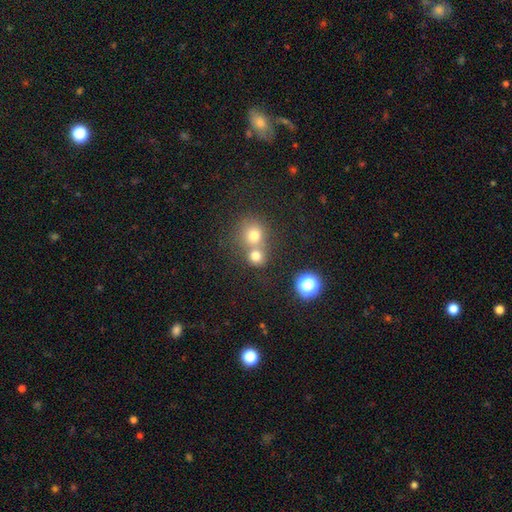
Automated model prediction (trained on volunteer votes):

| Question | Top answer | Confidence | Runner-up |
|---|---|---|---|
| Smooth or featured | smooth | 75% | star or artifact (17%) |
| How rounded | round | 85% | in between (14%) |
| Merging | none | 47% | merger (45%) |